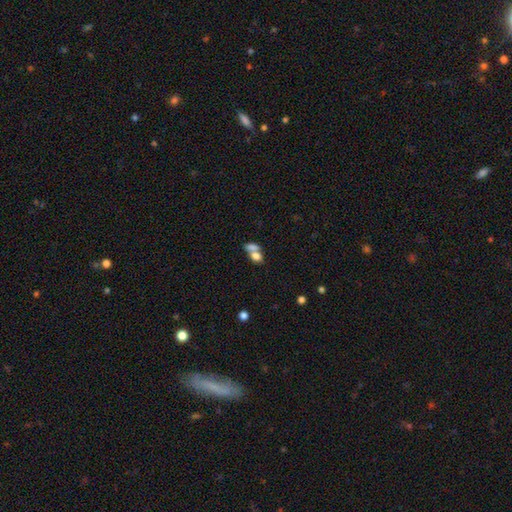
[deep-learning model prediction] Smooth or featured? smooth (75%)
How rounded? in between (77%)
Merging? merger (62%)